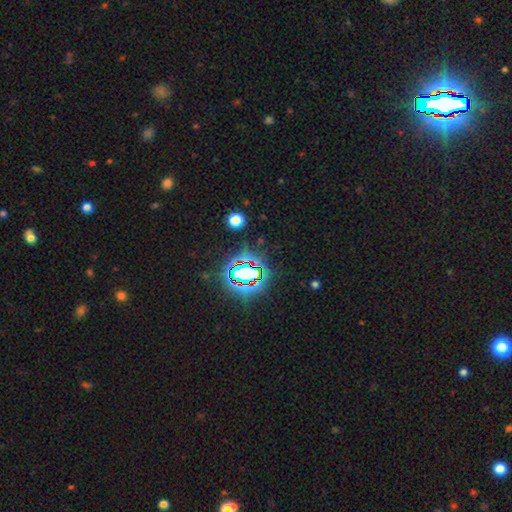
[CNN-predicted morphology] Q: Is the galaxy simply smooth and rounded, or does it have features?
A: star or artifact — 82%.